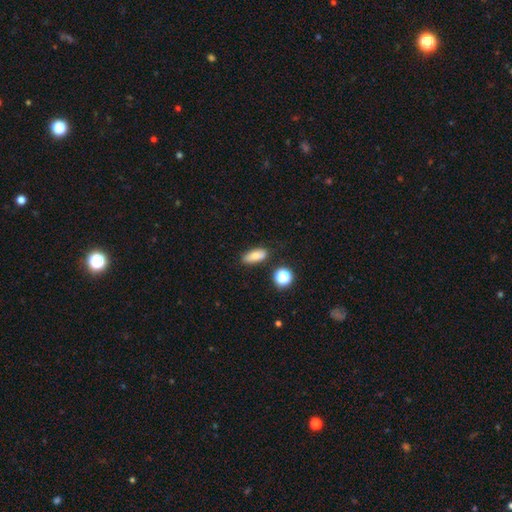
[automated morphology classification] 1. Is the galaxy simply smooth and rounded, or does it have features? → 77% smooth, 13% featured or disk, 10% star or artifact.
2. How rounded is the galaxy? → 74% in between, 19% cigar-shaped, 7% round.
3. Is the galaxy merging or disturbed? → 79% none, 13% minor disturbance, 4% merger, 3% major disturbance.